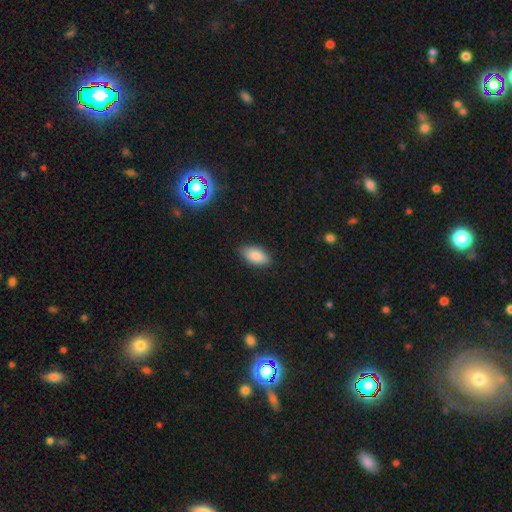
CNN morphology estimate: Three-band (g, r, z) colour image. It shows a smooth galaxy with no disk features (87%) that is in between round and cigar-shaped (92%). Merging: none (84%).